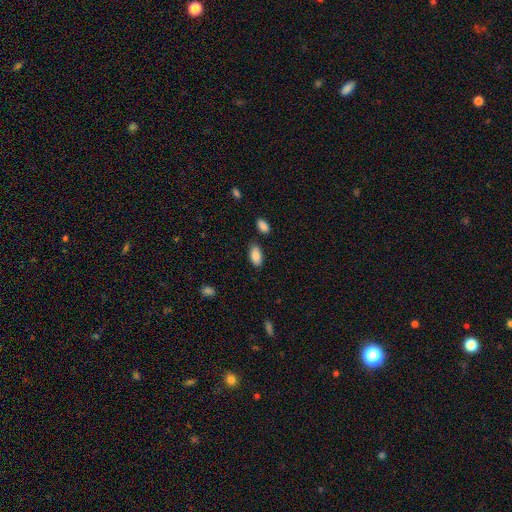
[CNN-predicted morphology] The model was most divided on "merging": none: 81%, minor disturbance: 11%, merger: 5%, major disturbance: 3%. More confident: how rounded — in between (93%); smooth or featured — smooth (88%).